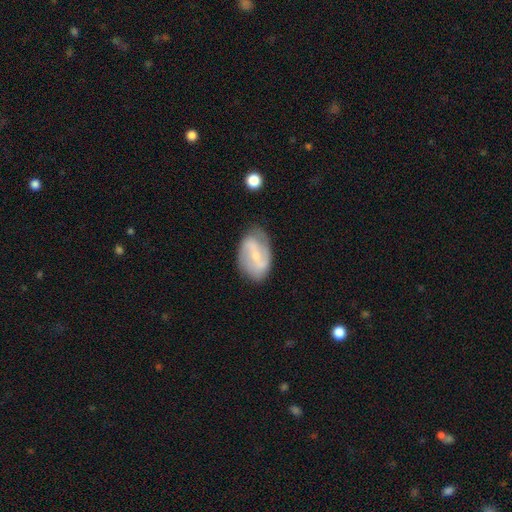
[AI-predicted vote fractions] The model was most divided on "spiral winding": medium: 40%, loose: 37%, tight: 23%. Remaining: edge-on disk — no (96%); spiral arms — yes (85%); spiral arm count — 2 (82%); smooth or featured — featured or disk (73%); merging — none (71%); bulge size — small (66%); bar — weak (43%).